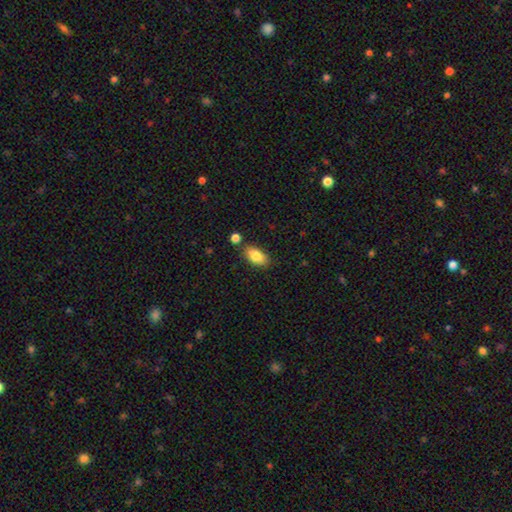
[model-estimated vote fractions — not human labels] A smooth galaxy with no disk features (84%) that is in between round and cigar-shaped (91%).

Vote fractions:
- Smooth or featured? smooth: 84% / featured or disk: 9% / star or artifact: 7%
- How rounded? in between: 91% / round: 4% / cigar-shaped: 4%
- Merging? none: 78% / minor disturbance: 12% / merger: 7% / major disturbance: 3%